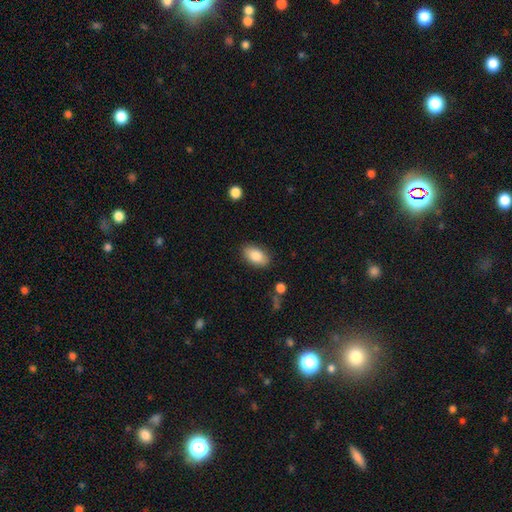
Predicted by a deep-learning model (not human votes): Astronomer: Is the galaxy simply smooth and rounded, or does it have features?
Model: smooth — 85%.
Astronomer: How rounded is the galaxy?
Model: in between — 92%.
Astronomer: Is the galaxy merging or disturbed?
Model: none — 86%.